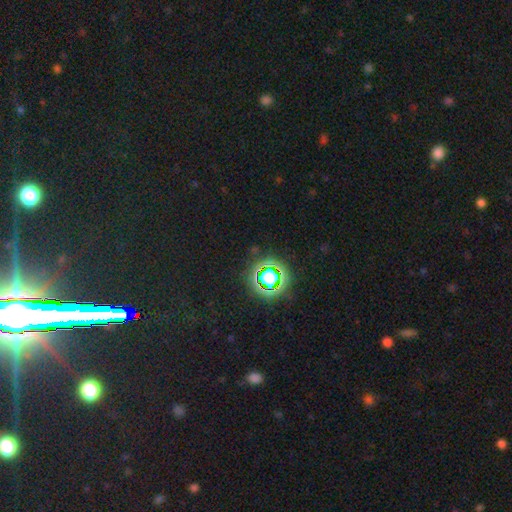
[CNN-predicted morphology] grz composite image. It shows a star or artifact, not a galaxy (78%).